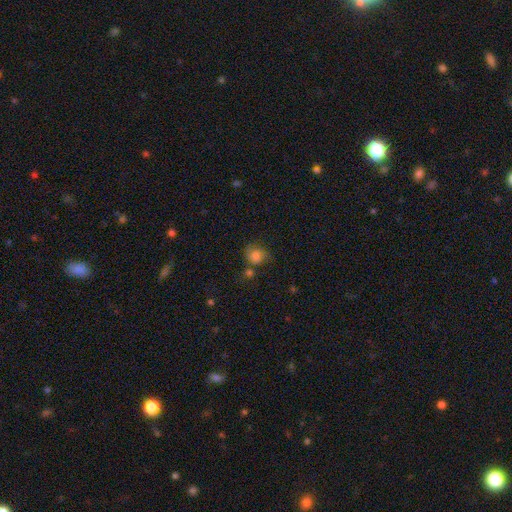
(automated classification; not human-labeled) Smooth or featured: smooth — 77% (star or artifact — 11%)
How rounded: round — 73% (in between — 26%)
Merging: none — 51% (minor disturbance — 24%)